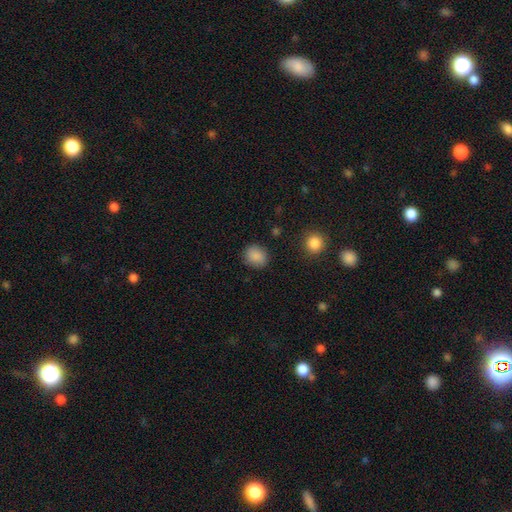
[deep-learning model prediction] smooth_or_featured: smooth (p=0.88) [alt: star or artifact p=0.09]
how_rounded: round (p=0.59) [alt: in between p=0.40]
merging: none (p=0.84) [alt: minor disturbance p=0.11]